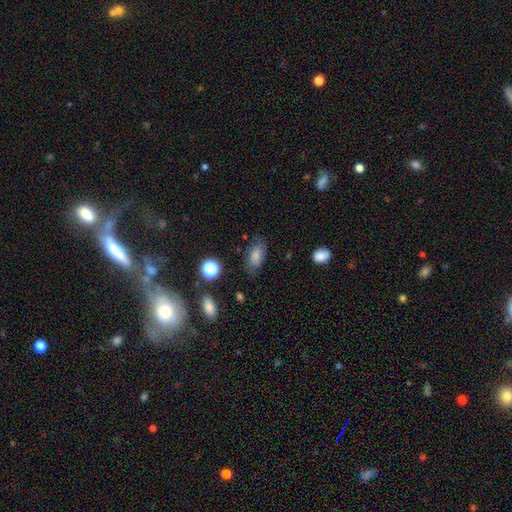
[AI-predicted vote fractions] smooth 74%, featured or disk 16%, star or artifact 10%. Down the decision tree: how rounded — in between (88%); merging — none (72%).